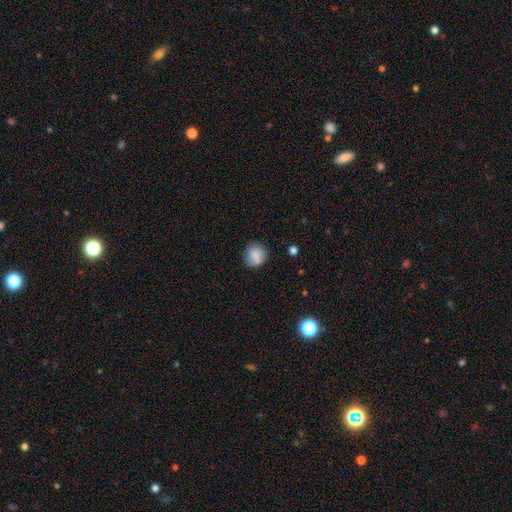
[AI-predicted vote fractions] smooth_or_featured: smooth (p=0.80) [alt: featured or disk p=0.11]
how_rounded: round (p=0.78) [alt: in between p=0.20]
merging: none (p=0.74) [alt: minor disturbance p=0.18]